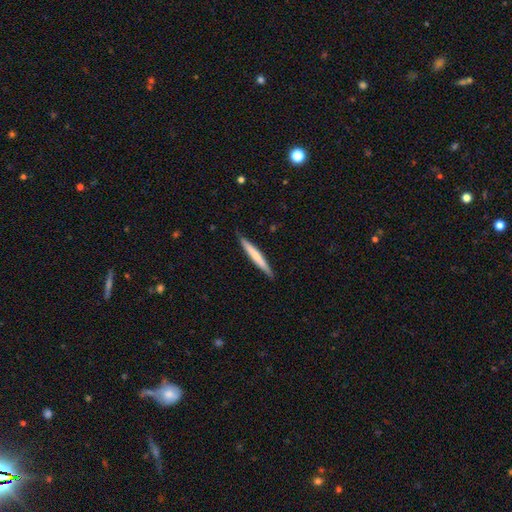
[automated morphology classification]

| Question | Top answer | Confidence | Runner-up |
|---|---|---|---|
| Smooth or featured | smooth | 61% | featured or disk (34%) |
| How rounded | cigar-shaped | 96% | in between (3%) |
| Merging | none | 87% | minor disturbance (10%) |